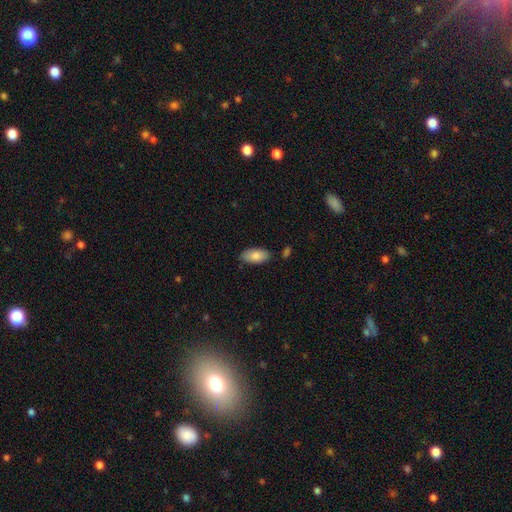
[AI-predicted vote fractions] smooth_or_featured: smooth (p=0.84) [alt: featured or disk p=0.09]
how_rounded: in between (p=0.92) [alt: cigar-shaped p=0.06]
merging: none (p=0.81) [alt: minor disturbance p=0.13]